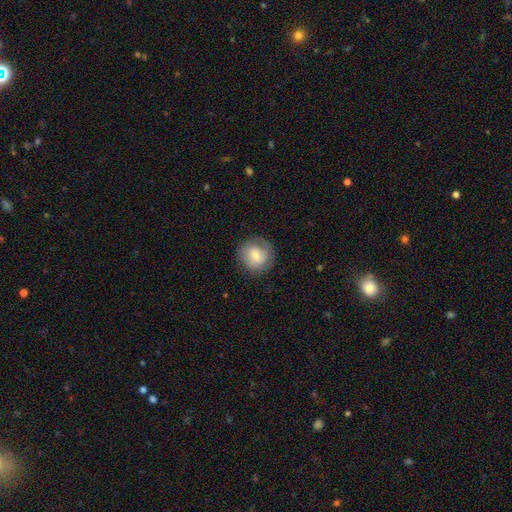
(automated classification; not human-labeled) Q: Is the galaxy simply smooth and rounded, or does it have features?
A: smooth — 63%.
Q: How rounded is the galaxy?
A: round — 89%.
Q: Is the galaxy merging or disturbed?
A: none — 80%.